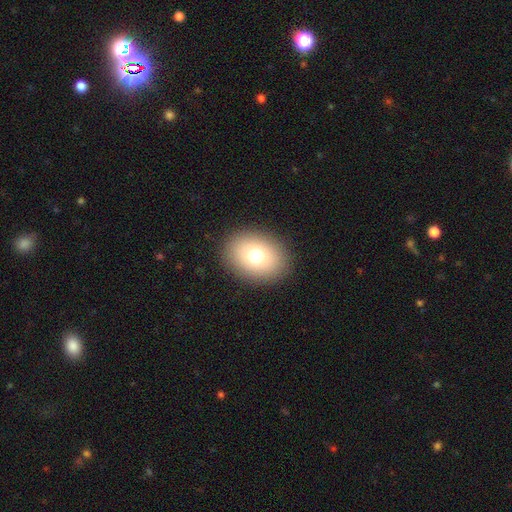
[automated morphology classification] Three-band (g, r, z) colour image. It shows a smooth galaxy with no disk features (75%) that is in between round and cigar-shaped (65%). Merging: none (89%).